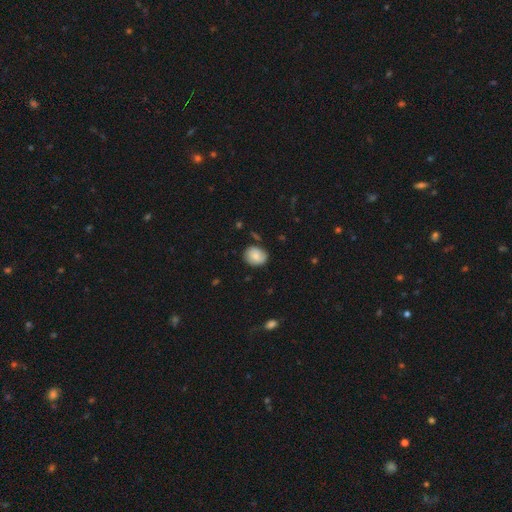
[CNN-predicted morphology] This appears to be a smooth galaxy with no disk features (73%) that is round (64%). Merging: none (74%).